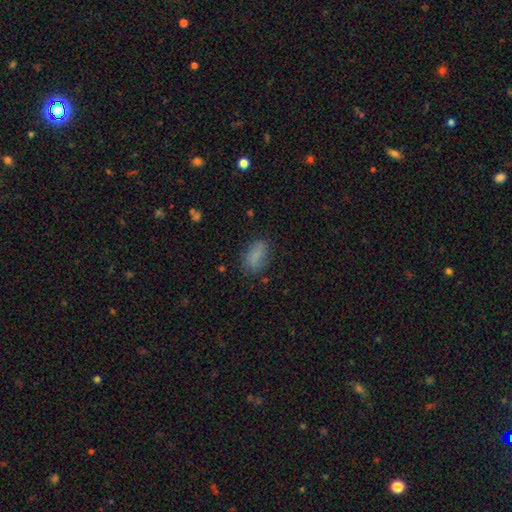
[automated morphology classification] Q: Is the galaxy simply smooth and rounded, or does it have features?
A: smooth — 78%.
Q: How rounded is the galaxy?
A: in between — 88%.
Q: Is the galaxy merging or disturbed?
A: none — 72%.